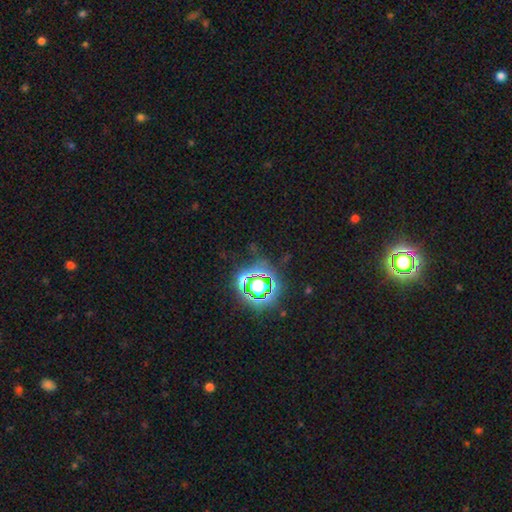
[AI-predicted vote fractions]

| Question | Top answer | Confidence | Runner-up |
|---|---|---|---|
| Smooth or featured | star or artifact | 78% | smooth (13%) |